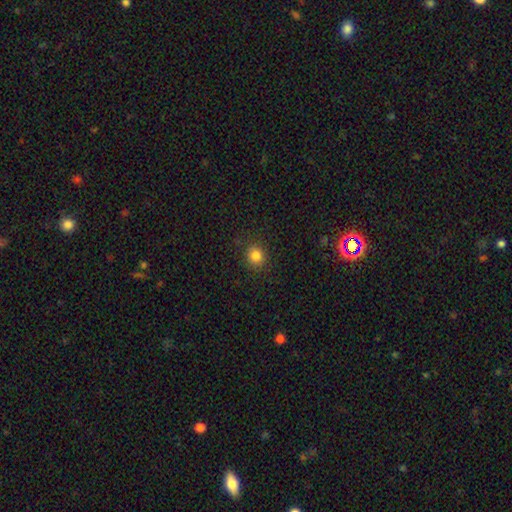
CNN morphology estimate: A smooth galaxy with no disk features (83%) that is round (86%). Merging: none (89%).